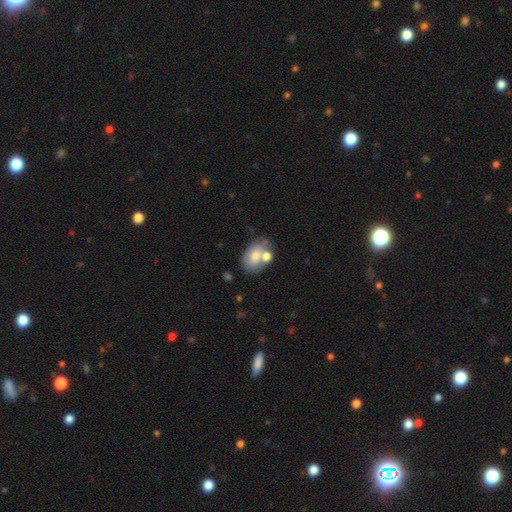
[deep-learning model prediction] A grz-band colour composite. It shows a smooth galaxy with no disk features (67%) that is in between round and cigar-shaped (80%). Merging: none (44%).